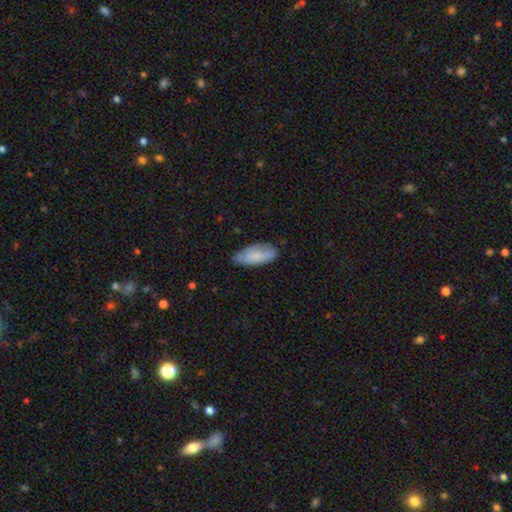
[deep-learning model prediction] Smooth or featured? smooth (73%)
How rounded? in between (82%)
Merging? none (66%)